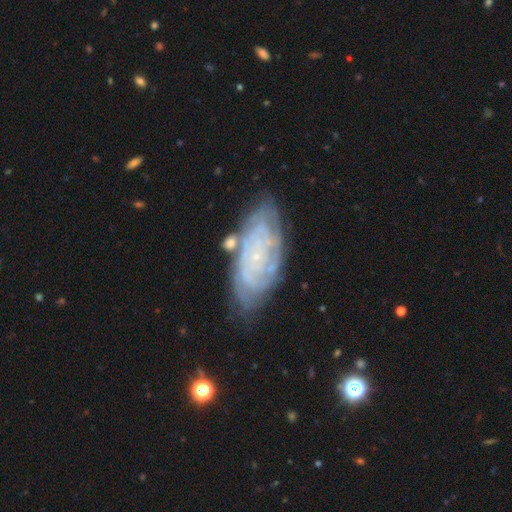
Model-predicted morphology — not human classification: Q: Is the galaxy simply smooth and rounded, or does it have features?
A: featured or disk — 81%.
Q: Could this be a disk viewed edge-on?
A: no — 94%.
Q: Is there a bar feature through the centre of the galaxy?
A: no — 77%.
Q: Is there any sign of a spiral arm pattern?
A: yes — 95%.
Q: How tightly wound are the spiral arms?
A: tight — 81%.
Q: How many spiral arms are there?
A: can't tell — 38%.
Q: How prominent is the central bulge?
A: small — 86%.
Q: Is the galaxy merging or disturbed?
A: none — 73%.